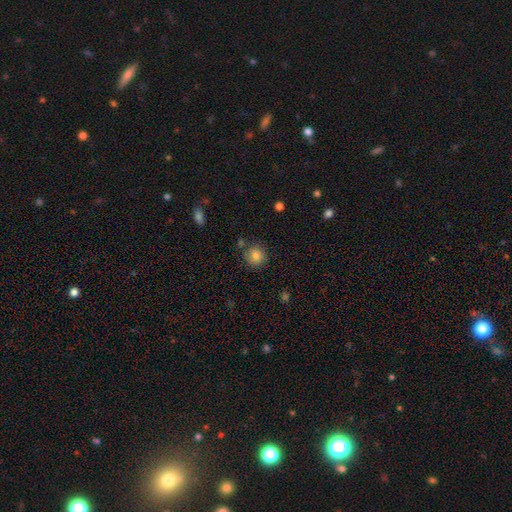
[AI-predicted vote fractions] This appears to be a smooth galaxy with no disk features (83%) that is round (87%). Merging: none (80%).